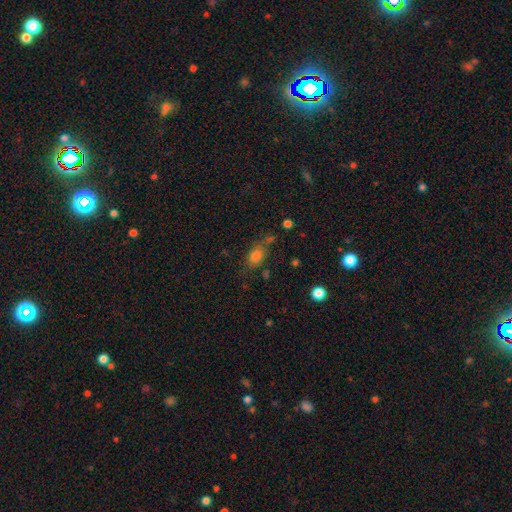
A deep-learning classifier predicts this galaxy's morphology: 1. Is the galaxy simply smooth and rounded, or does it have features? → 72% smooth, 16% star or artifact, 12% featured or disk.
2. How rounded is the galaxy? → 72% in between, 22% round, 6% cigar-shaped.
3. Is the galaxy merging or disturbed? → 61% none, 20% minor disturbance, 12% merger, 8% major disturbance.